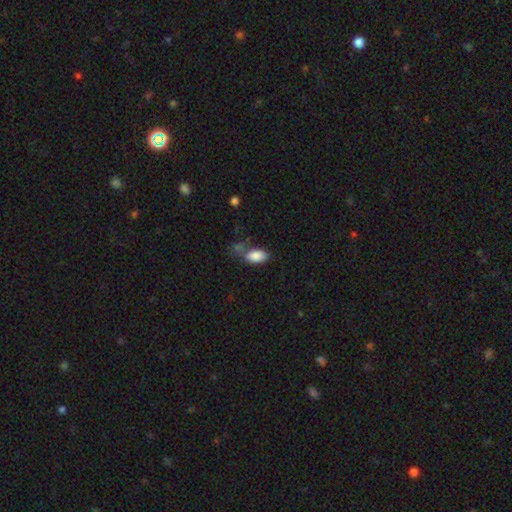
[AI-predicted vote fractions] A smooth galaxy with no disk features (85%) that is in between round and cigar-shaped (93%). Merging: none (49%).